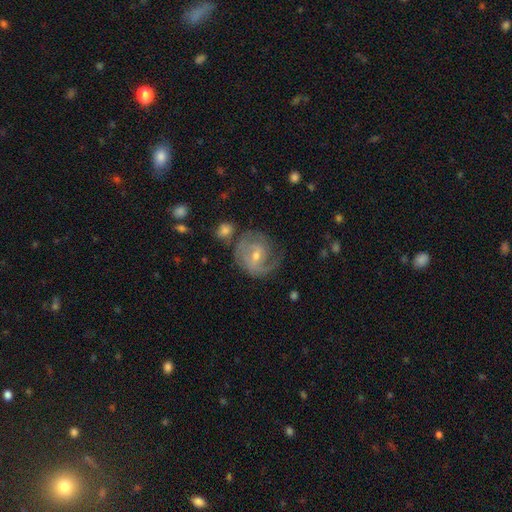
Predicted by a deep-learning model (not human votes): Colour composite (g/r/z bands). It shows a featured or disk galaxy (80%) with a weak bar (49%), 2 (46%) tight (46%) spiral arms (92%) and a small central bulge (54%). Merging: none (63%).